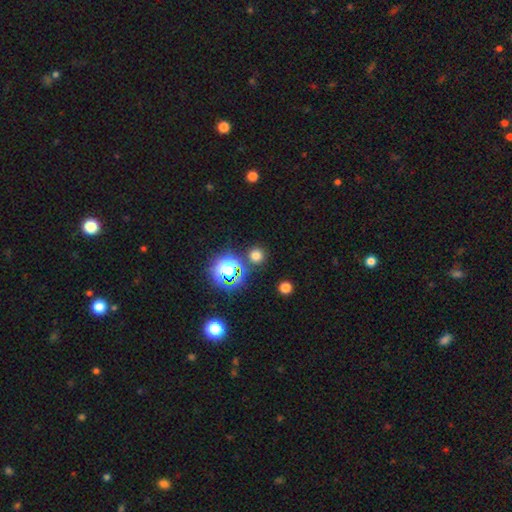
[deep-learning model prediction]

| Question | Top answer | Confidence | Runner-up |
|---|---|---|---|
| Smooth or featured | smooth | 67% | star or artifact (27%) |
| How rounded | round | 93% | in between (6%) |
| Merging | none | 84% | minor disturbance (7%) |